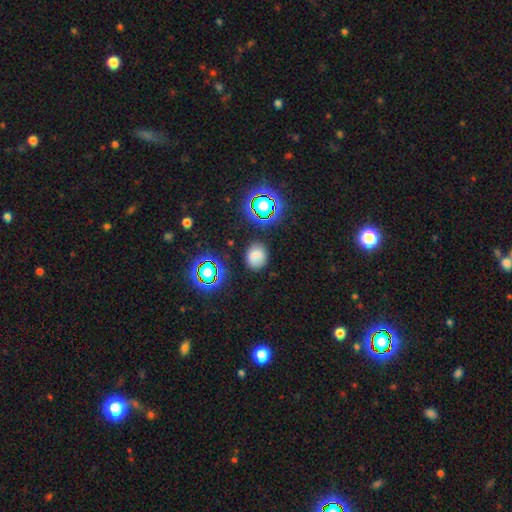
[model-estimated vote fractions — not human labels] smooth-or-featured: smooth: 73% | star or artifact: 18% | featured or disk: 9%
  how-rounded: round: 65% | in between: 34% | cigar-shaped: 1%
  merging: none: 82% | minor disturbance: 12% | major disturbance: 4% | merger: 2%